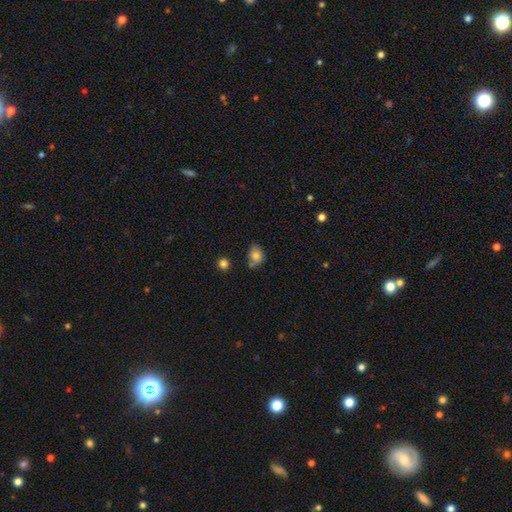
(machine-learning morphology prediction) Smooth or featured: smooth — 81% (star or artifact — 10%)
How rounded: in between — 52% (round — 47%)
Merging: none — 62% (minor disturbance — 23%)